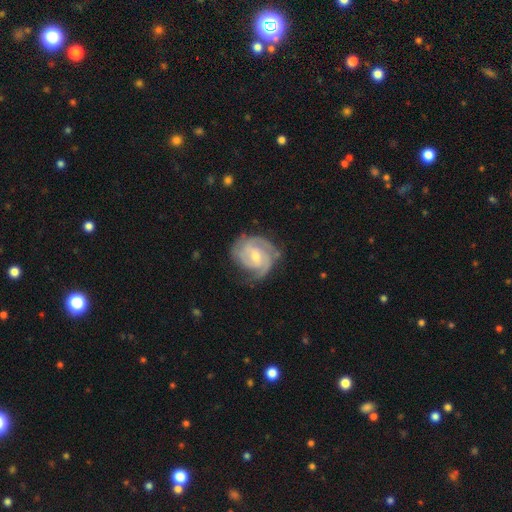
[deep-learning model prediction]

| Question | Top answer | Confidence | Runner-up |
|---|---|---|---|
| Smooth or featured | featured or disk | 88% | smooth (8%) |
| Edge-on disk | no | 98% | yes (2%) |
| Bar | weak | 48% | no (41%) |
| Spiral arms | yes | 97% | no (3%) |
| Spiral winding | tight | 61% | medium (33%) |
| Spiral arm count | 2 | 36% | 3 (35%) |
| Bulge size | moderate | 56% | small (40%) |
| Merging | none | 67% | minor disturbance (23%) |